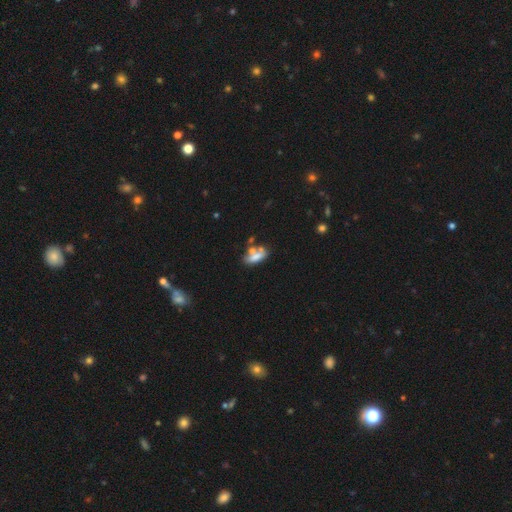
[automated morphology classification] Smooth or featured? Predicted: smooth (p=0.62). How rounded? Predicted: in between (p=0.73). Merging? Predicted: none (p=0.41).